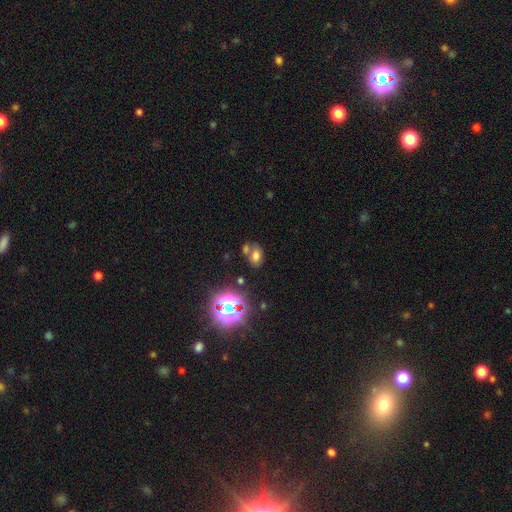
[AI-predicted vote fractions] Overall: smooth (62%; star or artifact 26%). How rounded: in between (74%). Merging: none (56%; merger 25%).